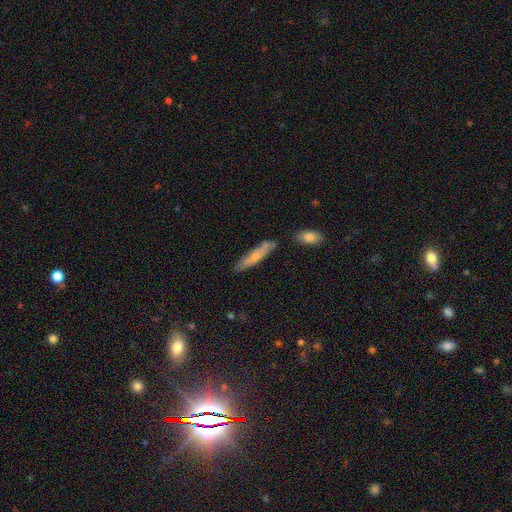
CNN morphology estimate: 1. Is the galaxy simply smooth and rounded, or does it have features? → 66% smooth, 28% featured or disk, 6% star or artifact.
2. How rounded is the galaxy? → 89% cigar-shaped, 9% in between, 1% round.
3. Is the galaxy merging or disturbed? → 77% none, 15% minor disturbance, 6% merger, 3% major disturbance.